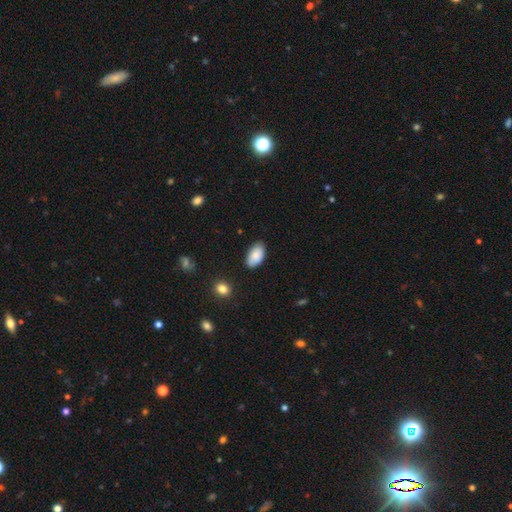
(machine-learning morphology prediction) Smooth or featured? Predicted: smooth (p=0.85). How rounded? Predicted: in between (p=0.95). Merging? Predicted: none (p=0.80).